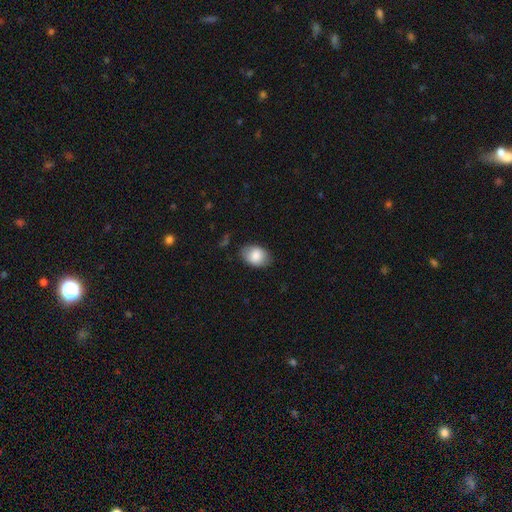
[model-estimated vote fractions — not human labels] smooth 85%, featured or disk 9%, star or artifact 7%. Down the decision tree: how rounded — in between (81%); merging — none (82%).